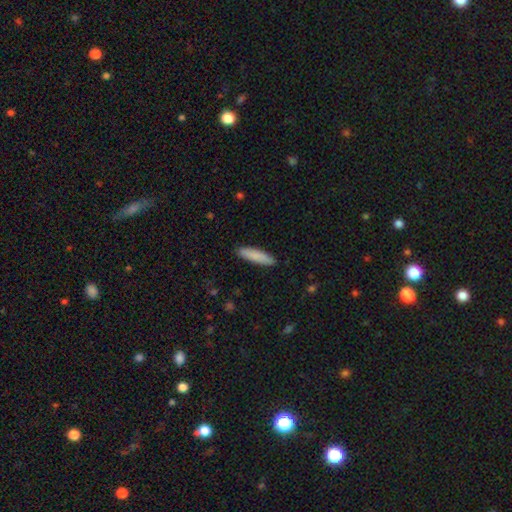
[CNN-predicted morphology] smooth-or-featured: smooth: 86% | featured or disk: 8% | star or artifact: 5%
  how-rounded: cigar-shaped: 78% | in between: 21% | round: 1%
  merging: none: 91% | minor disturbance: 7% | major disturbance: 1% | merger: 1%